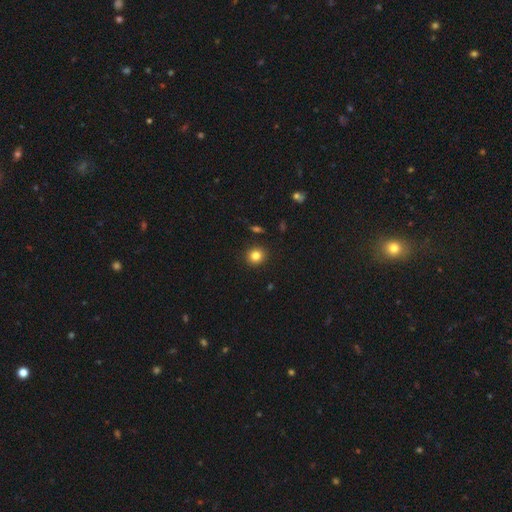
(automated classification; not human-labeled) Smooth or featured? Predicted: smooth (p=0.83). How rounded? Predicted: round (p=0.89). Merging? Predicted: none (p=0.91).